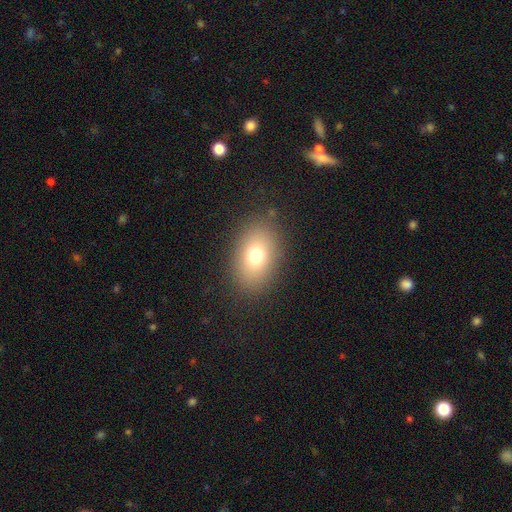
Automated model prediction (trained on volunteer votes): This is likely a smooth galaxy (75%). How rounded: likely in between (80%). Merging: clearly none (85%).